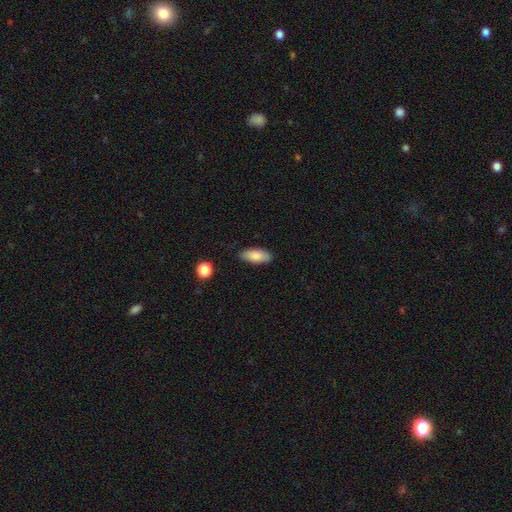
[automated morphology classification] Smooth or featured? smooth (86%)
How rounded? in between (88%)
Merging? none (83%)